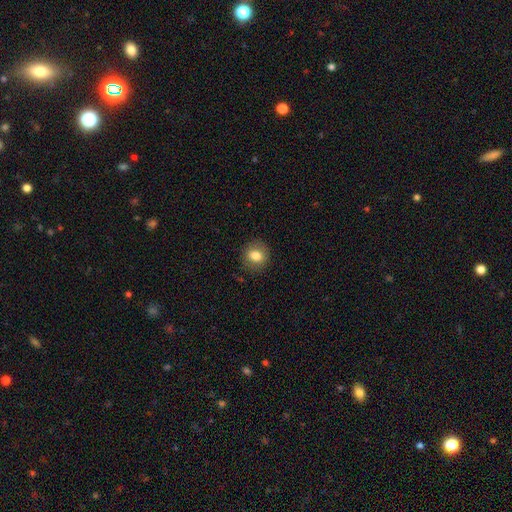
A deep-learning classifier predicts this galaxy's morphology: Overall: smooth (79%). How rounded: round (73%). Merging: none (86%).